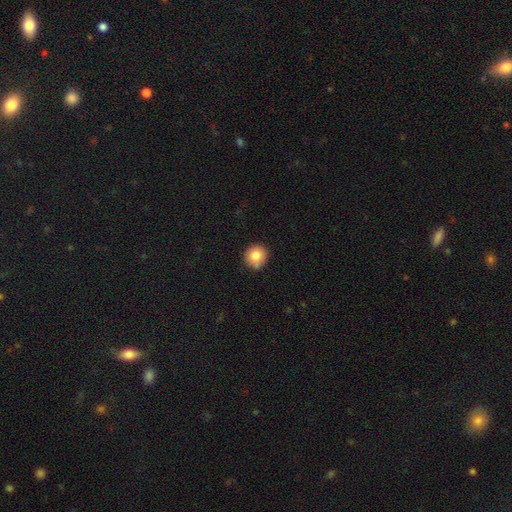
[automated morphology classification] Q: Smooth or featured?
A: smooth (82%); runner-up: star or artifact (9%)
Q: How rounded?
A: round (91%); runner-up: in between (8%)
Q: Merging?
A: none (81%); runner-up: minor disturbance (14%)